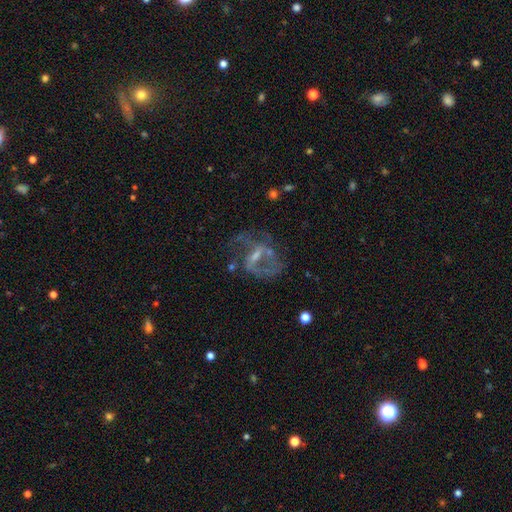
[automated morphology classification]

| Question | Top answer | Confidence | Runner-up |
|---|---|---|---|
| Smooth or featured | featured or disk | 76% | star or artifact (12%) |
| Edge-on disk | no | 96% | yes (4%) |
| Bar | weak | 47% | strong (28%) |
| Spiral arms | yes | 72% | no (28%) |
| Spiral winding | loose | 44% | medium (42%) |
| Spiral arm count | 2 | 62% | can't tell (18%) |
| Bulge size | small | 48% | moderate (28%) |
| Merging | none | 47% | major disturbance (30%) |